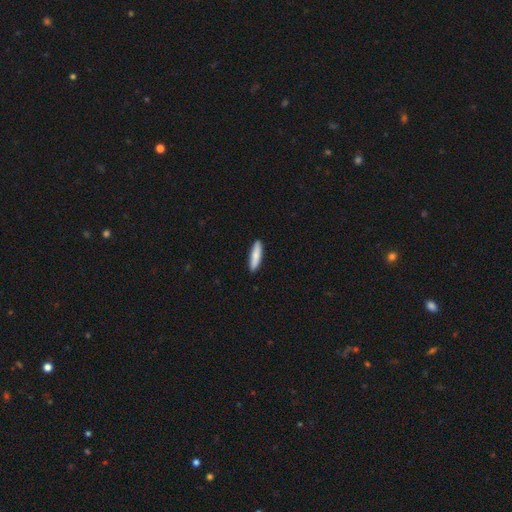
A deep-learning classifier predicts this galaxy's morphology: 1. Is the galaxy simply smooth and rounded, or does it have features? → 82% smooth, 13% featured or disk, 5% star or artifact.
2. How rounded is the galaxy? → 81% cigar-shaped, 18% in between, 1% round.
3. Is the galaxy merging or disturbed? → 90% none, 7% minor disturbance, 1% major disturbance, 1% merger.